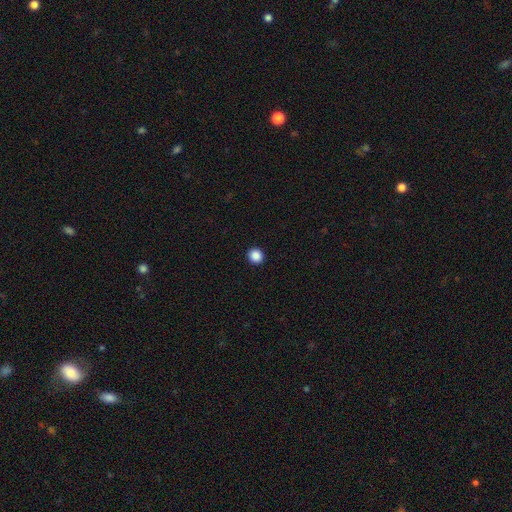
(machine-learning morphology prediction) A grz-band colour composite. It shows a smooth galaxy with no disk features (88%) that is round (93%). Merging: none (94%).